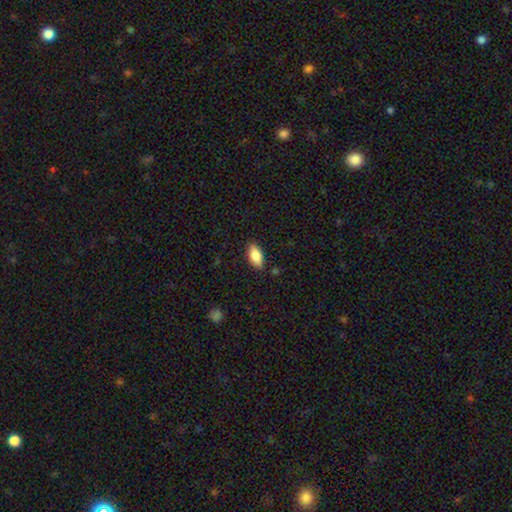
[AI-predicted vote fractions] This is clearly a smooth galaxy (81%). How rounded: clearly in between (86%). Merging: clearly none (83%).